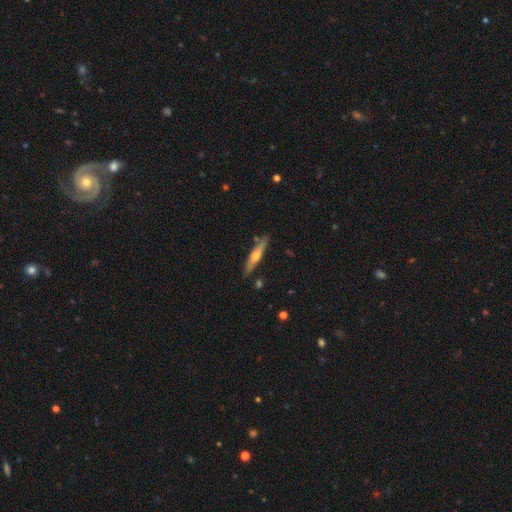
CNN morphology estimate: Smooth or featured? featured or disk (50%)
Edge-on disk? yes (89%)
Merging? none (83%)